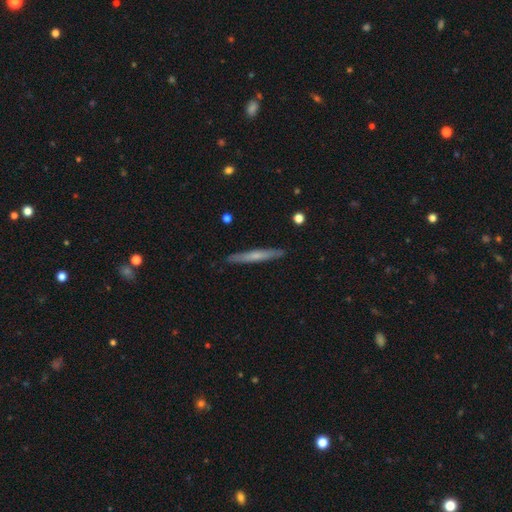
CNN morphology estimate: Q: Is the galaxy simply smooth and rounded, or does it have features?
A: smooth — 51%.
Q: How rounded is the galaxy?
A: cigar-shaped — 96%.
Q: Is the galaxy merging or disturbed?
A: none — 91%.